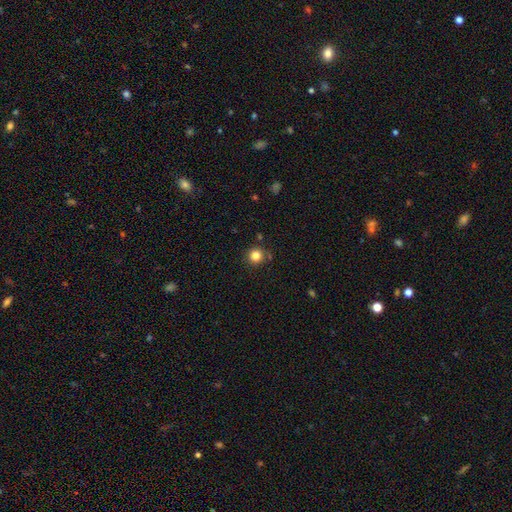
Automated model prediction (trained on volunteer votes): This appears to be a smooth galaxy with no disk features (83%) that is round (94%). Merging: none (86%).